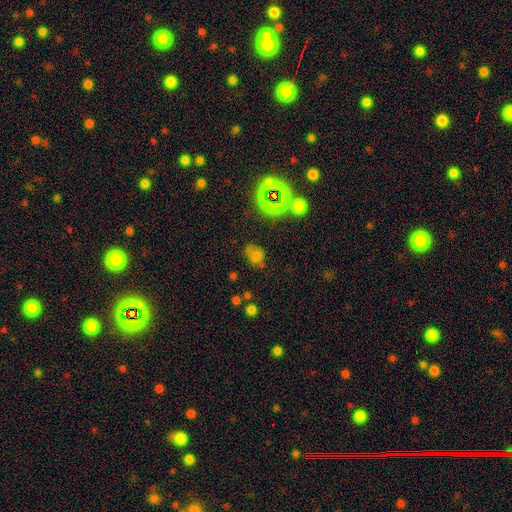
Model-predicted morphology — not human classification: A smooth galaxy with no disk features (60%) that is in between round and cigar-shaped (54%).

Vote fractions:
- Smooth or featured? smooth: 60% / star or artifact: 29% / featured or disk: 11%
- How rounded? in between: 54% / round: 45% / cigar-shaped: 2%
- Merging? none: 57% / minor disturbance: 23% / major disturbance: 13% / merger: 7%